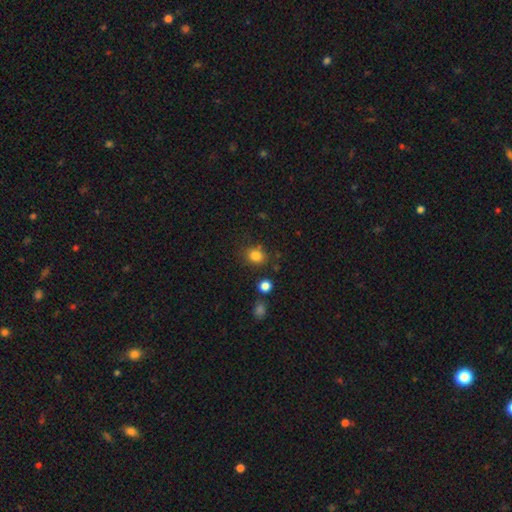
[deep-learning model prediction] smooth-or-featured: smooth: 82% | star or artifact: 12% | featured or disk: 5%
  how-rounded: round: 61% | in between: 38% | cigar-shaped: 1%
  merging: none: 77% | minor disturbance: 13% | merger: 6% | major disturbance: 4%